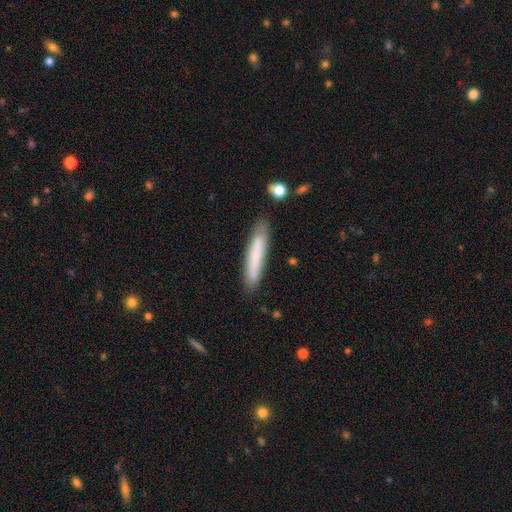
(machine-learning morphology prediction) This appears to be a smooth galaxy with no disk features (74%) that is cigar-shaped (92%). Merging: none (84%).